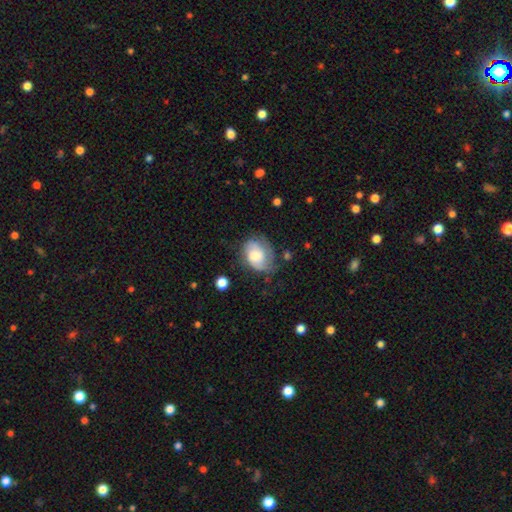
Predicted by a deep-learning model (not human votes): Smooth or featured?
  - featured or disk: 47% *
  - smooth: 45%
  - star or artifact: 8%
Merging?
  - none: 52% *
  - minor disturbance: 30%
  - major disturbance: 15%
  - merger: 3%